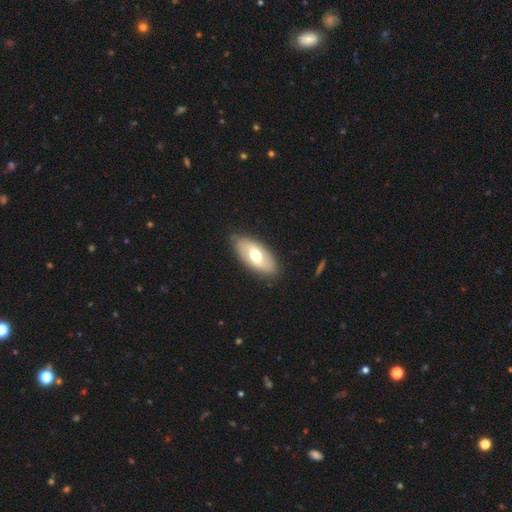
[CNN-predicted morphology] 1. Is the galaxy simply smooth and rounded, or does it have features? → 58% smooth, 36% featured or disk, 5% star or artifact.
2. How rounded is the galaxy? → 91% in between, 6% cigar-shaped, 3% round.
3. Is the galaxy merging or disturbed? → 86% none, 11% minor disturbance, 3% major disturbance, 1% merger.